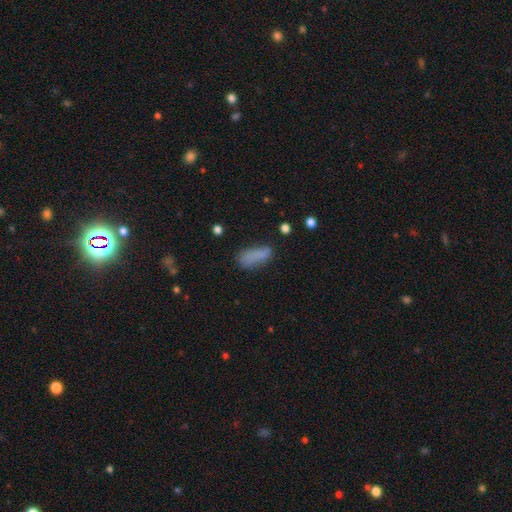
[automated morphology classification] A smooth galaxy with no disk features (78%) that is in between round and cigar-shaped (65%).

Vote fractions:
- Smooth or featured? smooth: 78% / featured or disk: 11% / star or artifact: 11%
- How rounded? in between: 65% / cigar-shaped: 32% / round: 3%
- Merging? none: 56% / minor disturbance: 26% / major disturbance: 12% / merger: 6%